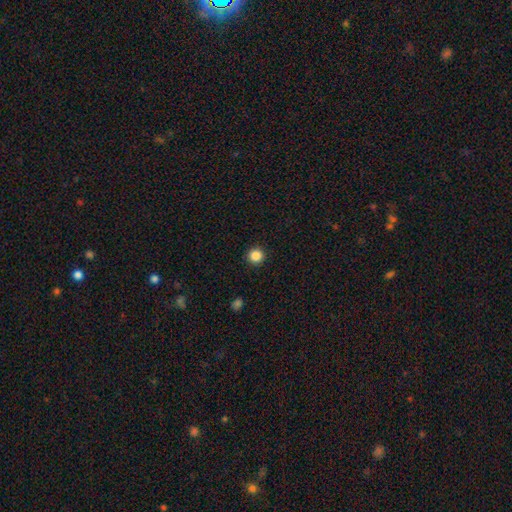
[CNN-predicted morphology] smooth 86%, star or artifact 11%, featured or disk 3%. Down the decision tree: how rounded — round (96%); merging — none (93%).